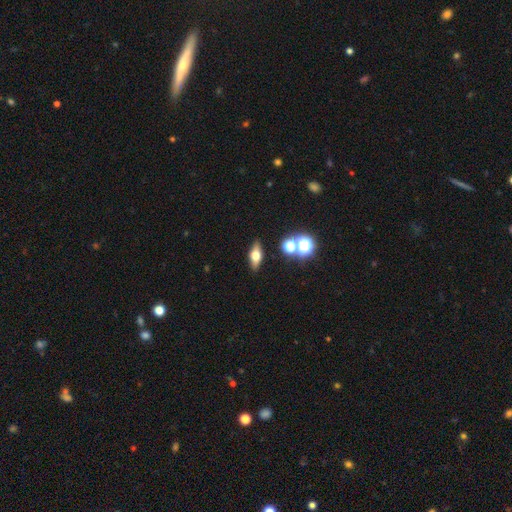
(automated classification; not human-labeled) Smooth or featured? smooth (46%)
Merging? none (85%)